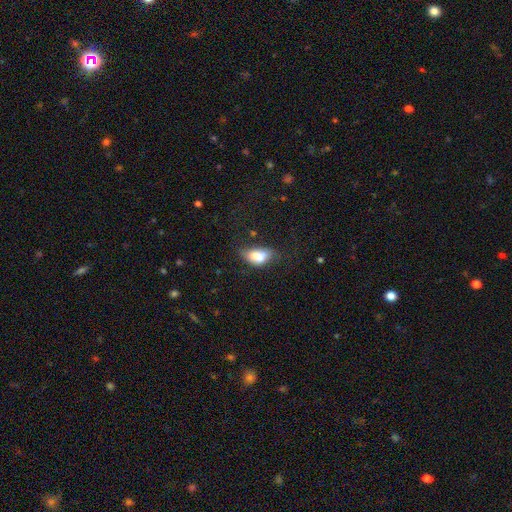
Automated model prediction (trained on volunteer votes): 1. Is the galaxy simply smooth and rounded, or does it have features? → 68% smooth, 22% featured or disk, 10% star or artifact.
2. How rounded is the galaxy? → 85% in between, 10% round, 4% cigar-shaped.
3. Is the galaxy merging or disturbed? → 33% merger, 32% none, 22% minor disturbance, 12% major disturbance.